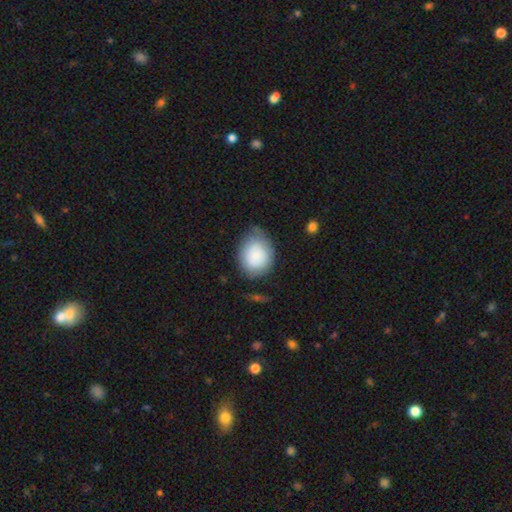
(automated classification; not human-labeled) This appears to be a smooth galaxy with no disk features (83%) that is round (50%). Merging: none (60%).